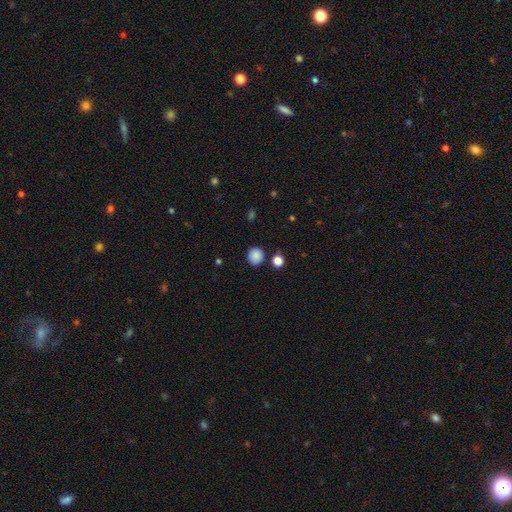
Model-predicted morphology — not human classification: Smooth or featured: smooth — 86% (star or artifact — 10%)
How rounded: round — 90% (in between — 9%)
Merging: none — 86% (minor disturbance — 8%)